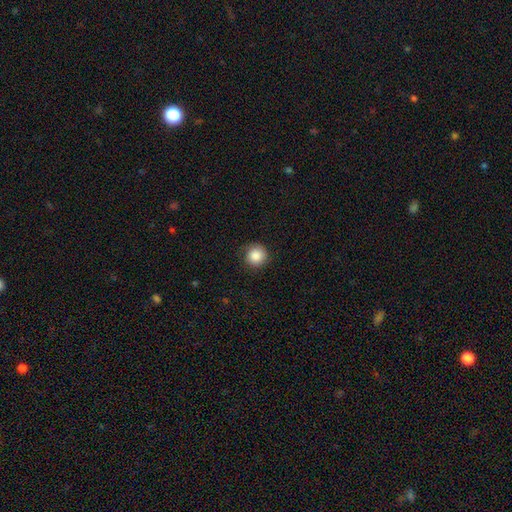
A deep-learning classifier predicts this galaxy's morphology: smooth-or-featured: smooth: 87% | star or artifact: 9% | featured or disk: 4%
  how-rounded: round: 94% | in between: 5% | cigar-shaped: 1%
  merging: none: 85% | minor disturbance: 11% | major disturbance: 3% | merger: 1%